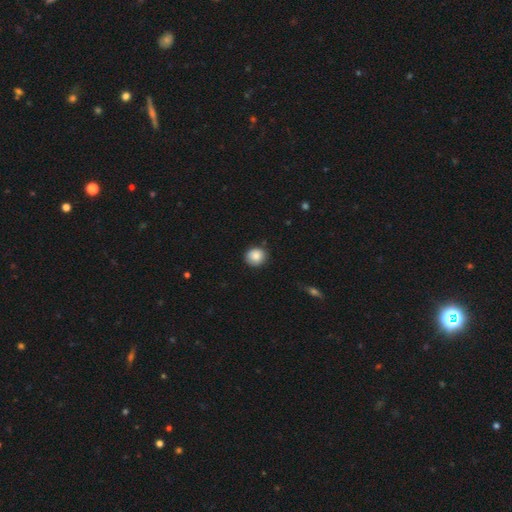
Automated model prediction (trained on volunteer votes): This appears to be a smooth galaxy with no disk features (84%) that is round (83%). Merging: none (82%).